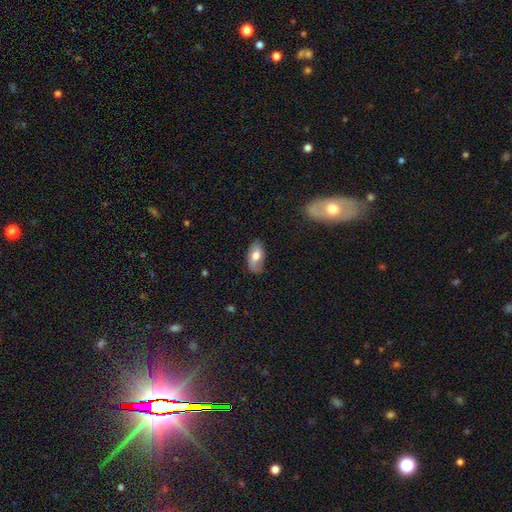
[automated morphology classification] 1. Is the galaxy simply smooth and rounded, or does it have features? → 65% smooth, 28% featured or disk, 7% star or artifact.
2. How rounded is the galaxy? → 92% in between, 4% round, 4% cigar-shaped.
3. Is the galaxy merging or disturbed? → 70% none, 23% minor disturbance, 5% major disturbance, 2% merger.